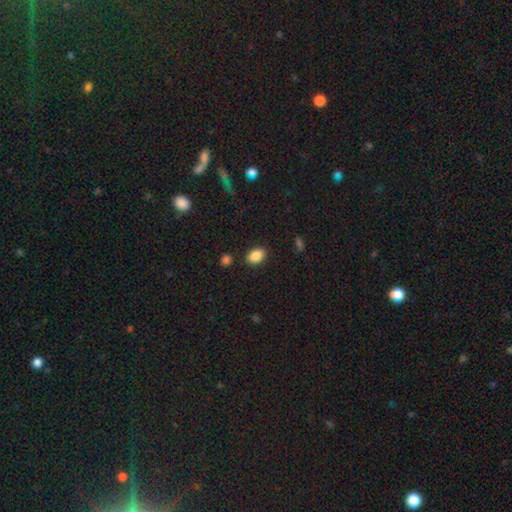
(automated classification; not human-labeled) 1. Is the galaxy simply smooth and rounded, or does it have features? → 87% smooth, 8% star or artifact, 4% featured or disk.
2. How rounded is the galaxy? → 78% in between, 20% round, 1% cigar-shaped.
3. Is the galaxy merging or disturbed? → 85% none, 9% minor disturbance, 3% merger, 3% major disturbance.